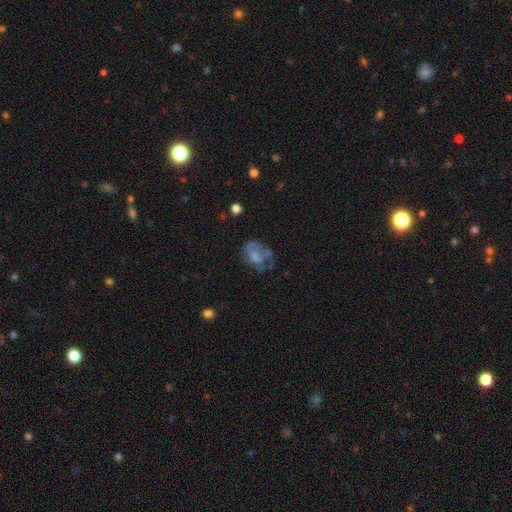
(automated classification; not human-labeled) The model was most divided on "smooth or featured": smooth: 45%, featured or disk: 43%, star or artifact: 12%. Remaining: merging — none (36%).